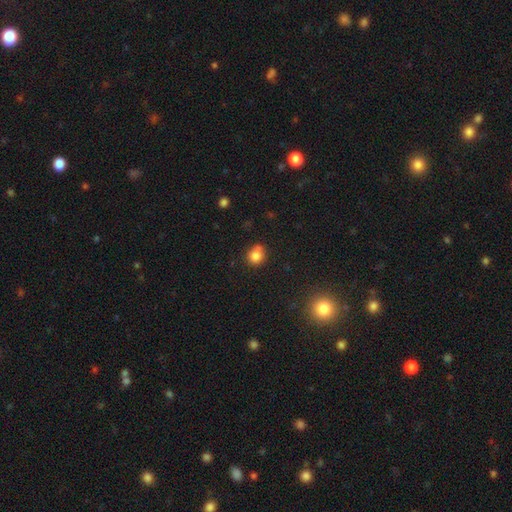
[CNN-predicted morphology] Smooth or featured: smooth — 82% (star or artifact — 11%)
How rounded: round — 75% (in between — 24%)
Merging: none — 64% (minor disturbance — 21%)